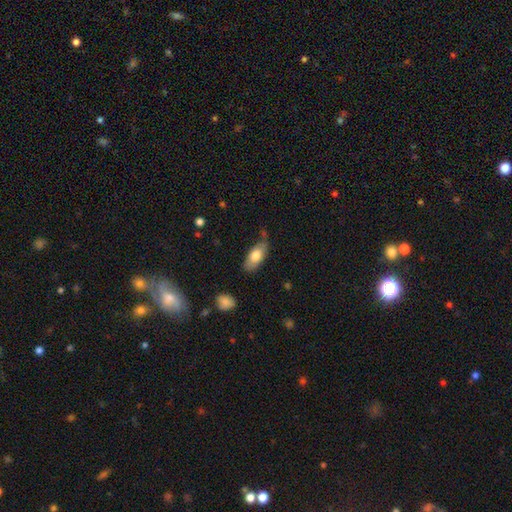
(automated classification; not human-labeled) A smooth galaxy with no disk features (74%) that is in between round and cigar-shaped (86%).

Vote fractions:
- Smooth or featured? smooth: 74% / featured or disk: 20% / star or artifact: 6%
- How rounded? in between: 86% / cigar-shaped: 11% / round: 3%
- Merging? none: 63% / minor disturbance: 27% / major disturbance: 6% / merger: 4%